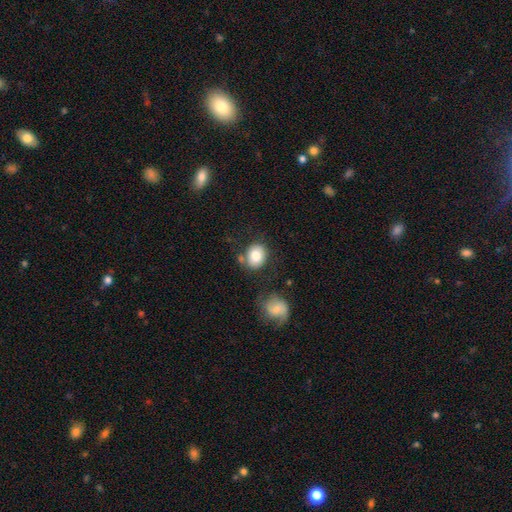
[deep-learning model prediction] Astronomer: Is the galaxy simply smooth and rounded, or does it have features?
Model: smooth — 82%.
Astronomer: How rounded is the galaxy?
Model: round — 59% (runner-up: in between, 40%).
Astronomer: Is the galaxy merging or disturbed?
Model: none — 69%.